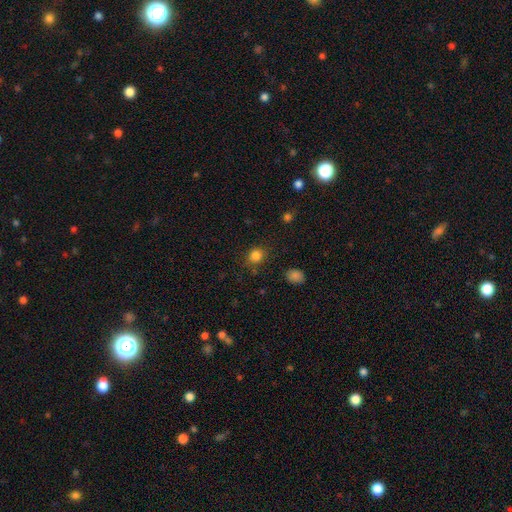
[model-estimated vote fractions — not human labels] This appears to be a smooth galaxy with no disk features (83%) that is round (80%). Merging: none (81%).